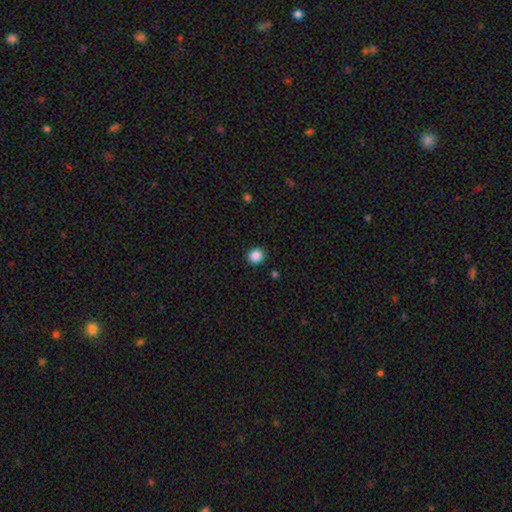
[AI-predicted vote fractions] smooth 87%, star or artifact 10%, featured or disk 3%. Down the decision tree: how rounded — round (90%); merging — none (91%).